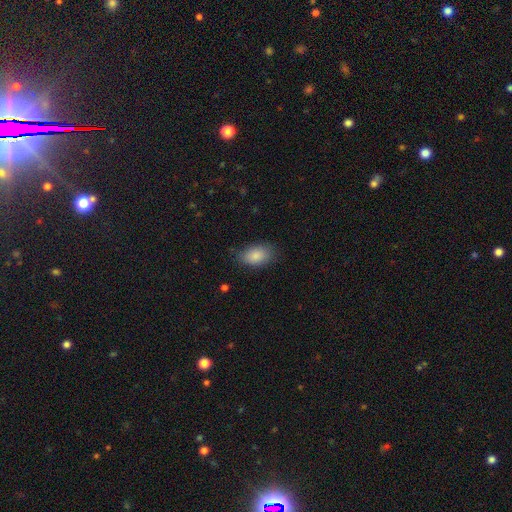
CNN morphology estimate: Smooth or featured?
  - smooth: 86% *
  - star or artifact: 7%
  - featured or disk: 7%
How rounded?
  - in between: 91% *
  - round: 7%
  - cigar-shaped: 2%
Merging?
  - none: 79% *
  - minor disturbance: 16%
  - major disturbance: 4%
  - merger: 1%